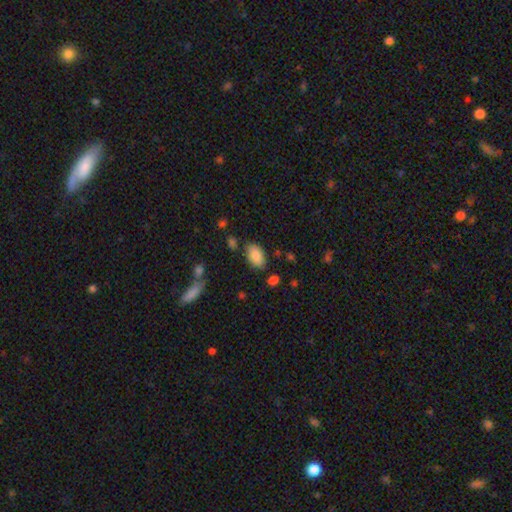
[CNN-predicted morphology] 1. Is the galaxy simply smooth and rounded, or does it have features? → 86% smooth, 7% featured or disk, 7% star or artifact.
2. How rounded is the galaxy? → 93% in between, 5% round, 2% cigar-shaped.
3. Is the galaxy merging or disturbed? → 77% none, 15% minor disturbance, 4% merger, 4% major disturbance.